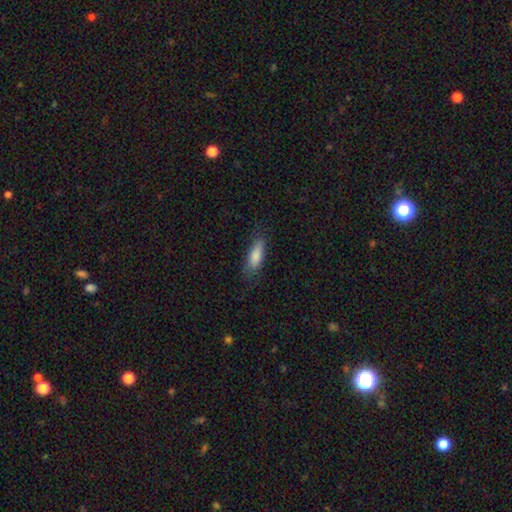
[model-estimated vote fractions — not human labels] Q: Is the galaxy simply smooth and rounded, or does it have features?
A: smooth — 81%.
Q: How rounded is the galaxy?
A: in between — 62%.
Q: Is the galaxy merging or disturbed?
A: none — 69%.